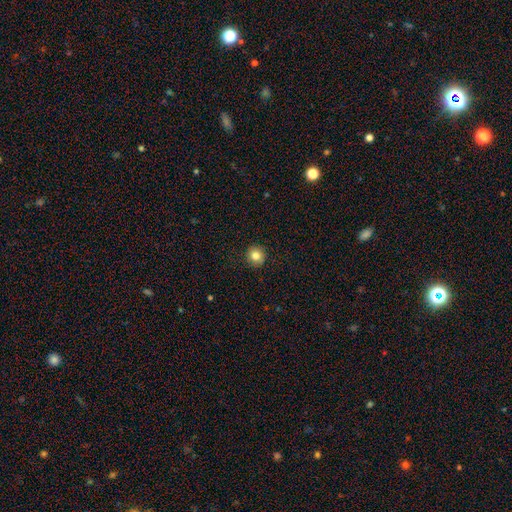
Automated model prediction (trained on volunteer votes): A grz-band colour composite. It shows a smooth galaxy with no disk features (83%) that is round (93%). Merging: none (90%).